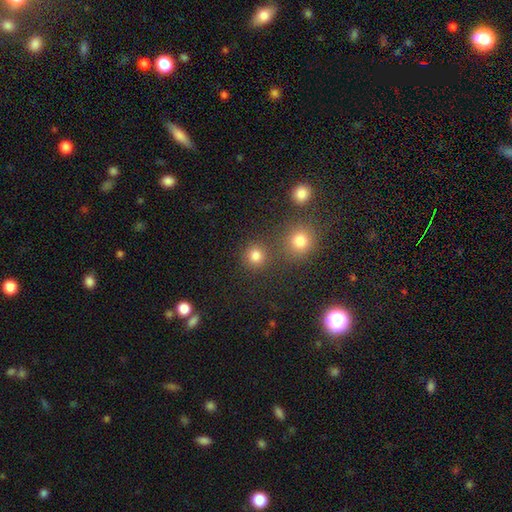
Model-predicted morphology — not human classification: smooth 80%, star or artifact 15%, featured or disk 5%. Down the decision tree: how rounded — round (92%); merging — none (79%).